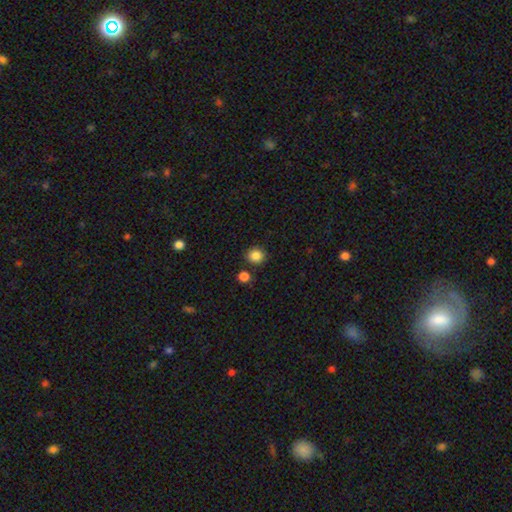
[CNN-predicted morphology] Smooth or featured?
  - smooth: 85% *
  - star or artifact: 11%
  - featured or disk: 4%
How rounded?
  - round: 85% *
  - in between: 14%
  - cigar-shaped: 1%
Merging?
  - none: 84% *
  - minor disturbance: 8%
  - merger: 6%
  - major disturbance: 2%